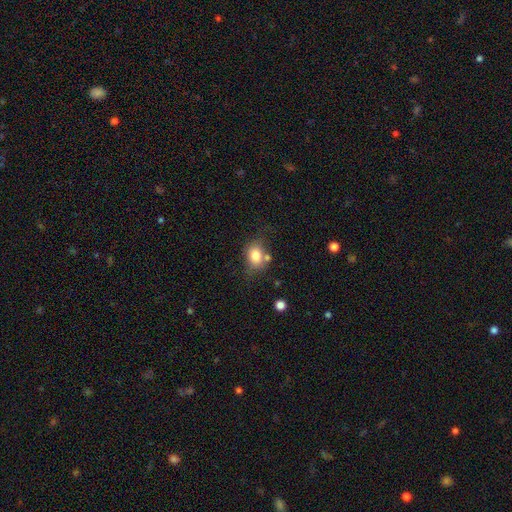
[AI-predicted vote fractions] Smooth or featured? Predicted: smooth (p=0.80). How rounded? Predicted: in between (p=0.56). Merging? Predicted: none (p=0.58).